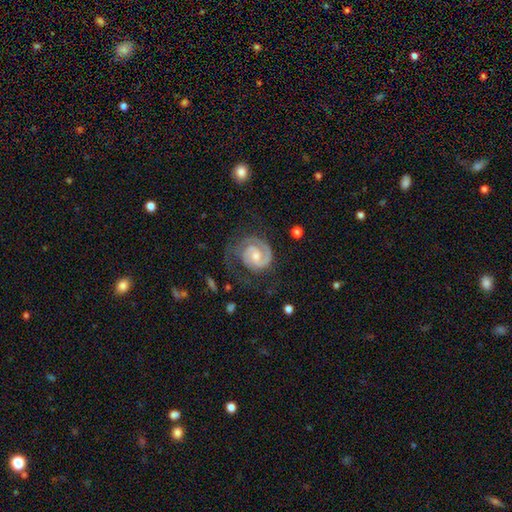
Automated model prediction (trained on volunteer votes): Smooth or featured? Predicted: featured or disk (p=0.86). Edge-on disk? Predicted: no (p=0.98). Bar? Predicted: no (p=0.53). Spiral arms? Predicted: yes (p=0.97). Spiral winding? Predicted: tight (p=0.56). Spiral arm count? Predicted: 2 (p=0.57). Bulge size? Predicted: small (p=0.47). Merging? Predicted: none (p=0.59).